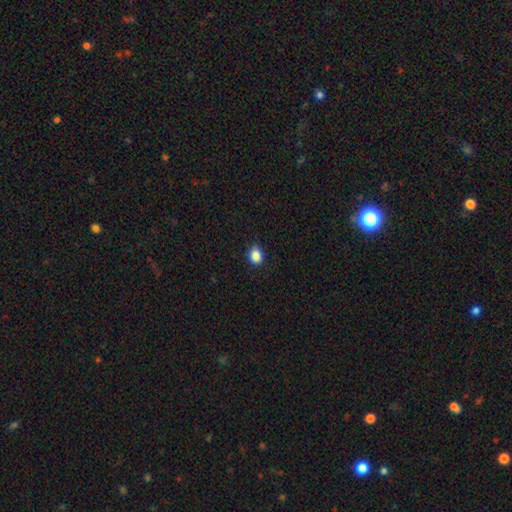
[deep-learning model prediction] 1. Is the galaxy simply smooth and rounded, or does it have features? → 87% smooth, 10% star or artifact, 3% featured or disk.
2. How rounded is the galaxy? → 57% round, 42% in between, 1% cigar-shaped.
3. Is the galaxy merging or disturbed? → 82% none, 14% minor disturbance, 3% major disturbance, 1% merger.